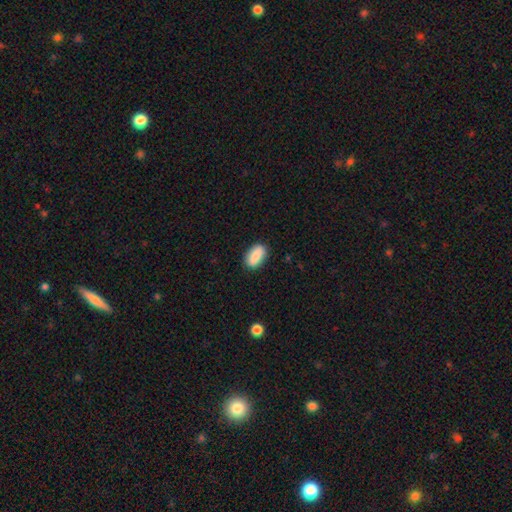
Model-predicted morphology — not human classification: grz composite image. It shows a smooth galaxy with no disk features (87%) that is in between round and cigar-shaped (90%). Merging: none (86%).